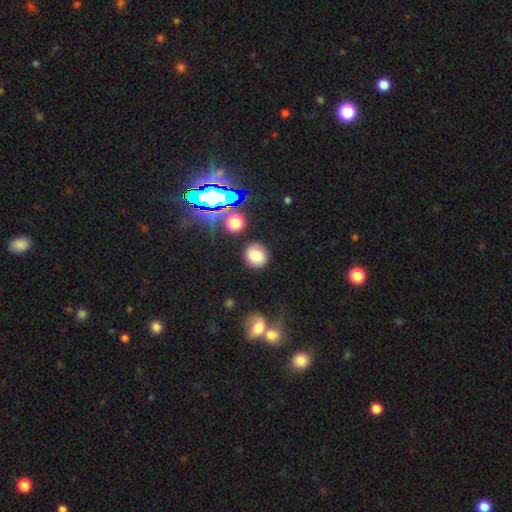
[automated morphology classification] Overall: smooth (78%). How rounded: round (79%). Merging: none (82%).